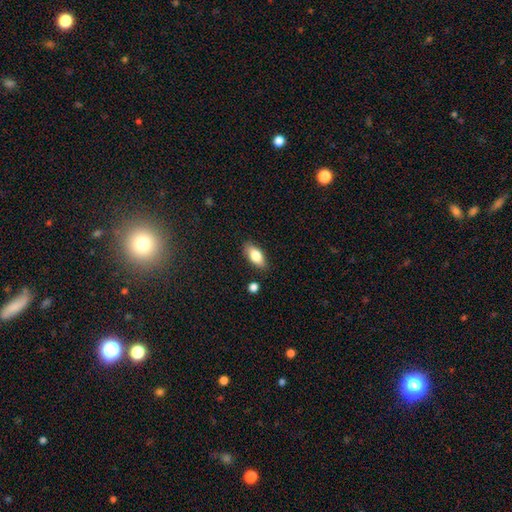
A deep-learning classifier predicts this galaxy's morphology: Smooth or featured: smooth — 79% (featured or disk — 14%)
How rounded: in between — 86% (cigar-shaped — 10%)
Merging: none — 83% (minor disturbance — 12%)